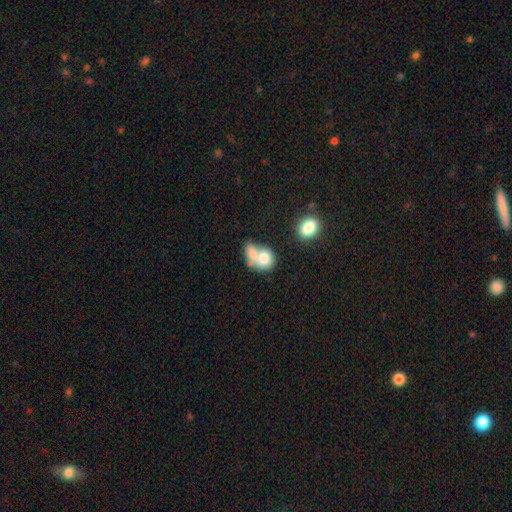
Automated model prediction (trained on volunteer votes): smooth-or-featured: smooth: 74% | featured or disk: 17% | star or artifact: 8%
  how-rounded: round: 49% (tied) | in between: 49% (tied) | cigar-shaped: 2%
  merging: merger: 59% | none: 20% | major disturbance: 11% | minor disturbance: 11%